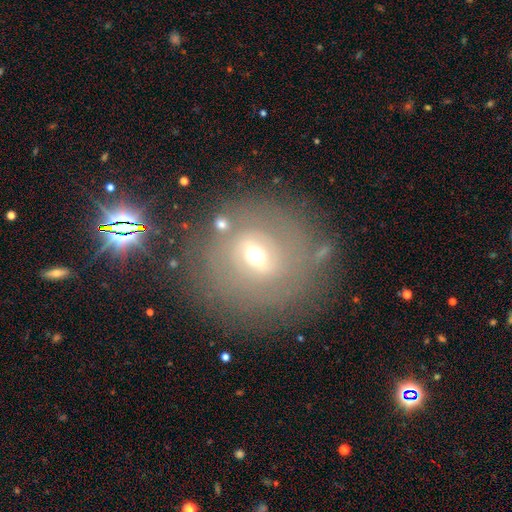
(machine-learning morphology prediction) Smooth or featured? featured or disk (50%)
Merging? none (78%)